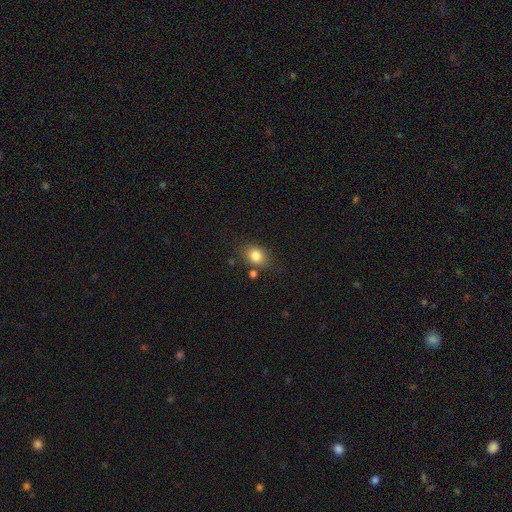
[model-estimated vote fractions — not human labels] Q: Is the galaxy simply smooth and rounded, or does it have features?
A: smooth — 83%.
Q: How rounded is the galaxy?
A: in between — 59%.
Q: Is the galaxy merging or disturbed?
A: none — 74%.